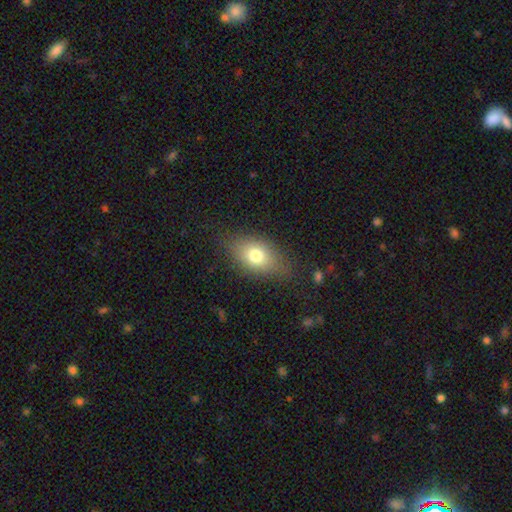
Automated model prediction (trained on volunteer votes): smooth_or_featured: smooth (p=0.75) [alt: featured or disk p=0.15]
how_rounded: in between (p=0.81) [alt: round p=0.15]
merging: none (p=0.78) [alt: minor disturbance p=0.16]